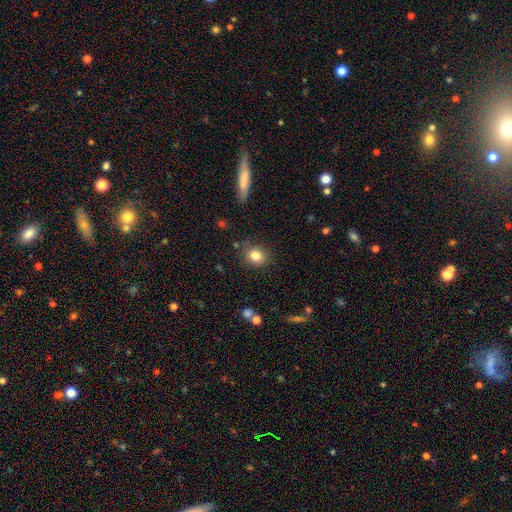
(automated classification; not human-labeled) Overall: smooth (82%). How rounded: round (72%). Merging: none (84%).